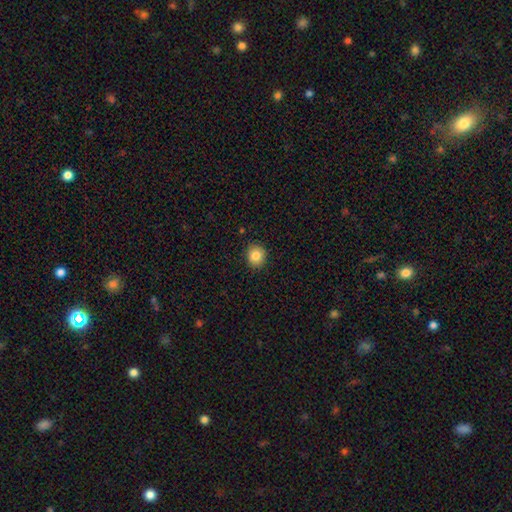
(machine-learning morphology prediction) Smooth or featured? Predicted: smooth (p=0.83). How rounded? Predicted: round (p=0.82). Merging? Predicted: none (p=0.91).